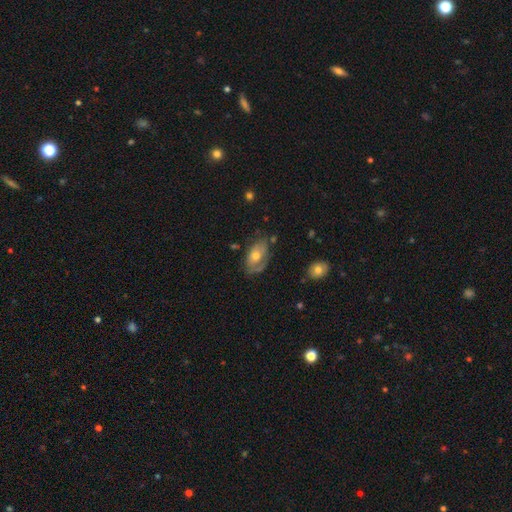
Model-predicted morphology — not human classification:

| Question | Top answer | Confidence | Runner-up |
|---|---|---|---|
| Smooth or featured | featured or disk | 47% | smooth (45%) |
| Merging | none | 54% | minor disturbance (29%) |